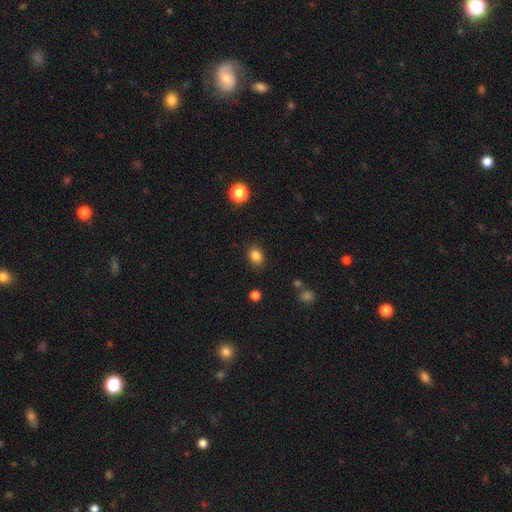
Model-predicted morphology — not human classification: Q: Smooth or featured?
A: smooth (84%); runner-up: star or artifact (11%)
Q: How rounded?
A: round (51%); runner-up: in between (48%)
Q: Merging?
A: none (86%); runner-up: minor disturbance (10%)